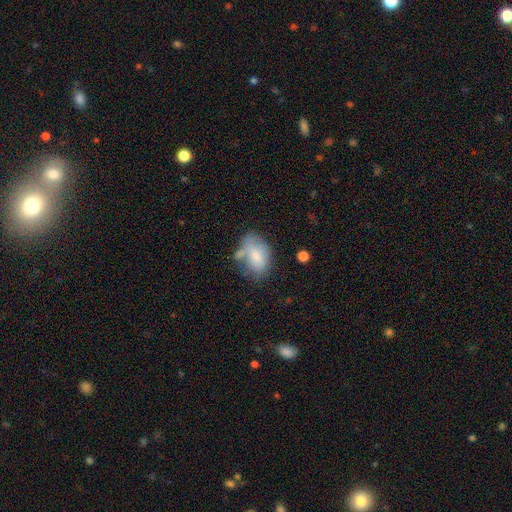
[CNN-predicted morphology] Smooth or featured? smooth (70%)
How rounded? in between (86%)
Merging? none (38%)